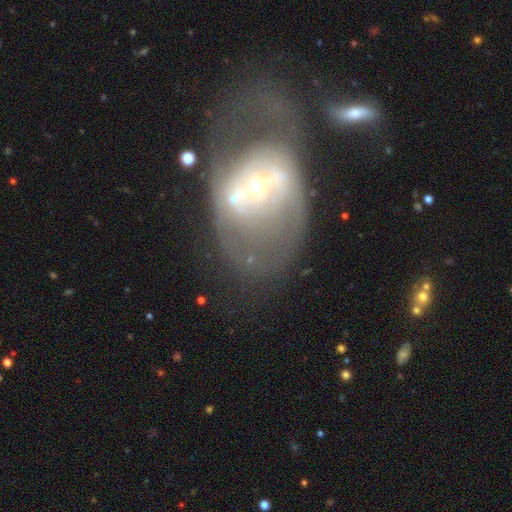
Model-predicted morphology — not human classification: A featured or disk galaxy (70%) with no bar (41%), no spiral arms (53%) and a small central bulge (50%).

Vote fractions:
- Smooth or featured? featured or disk: 70% / smooth: 20% / star or artifact: 11%
- Edge-on disk? no: 94% / yes: 6%
- Bar? no: 41% / weak: 32% / strong: 27%
- Spiral arms? no: 53% / yes: 47%
- Bulge size? small: 50% / moderate: 40% / large: 5% / none: 2% / dominant: 2%
- Merging? none: 34% / merger: 26% / major disturbance: 25% / minor disturbance: 14%